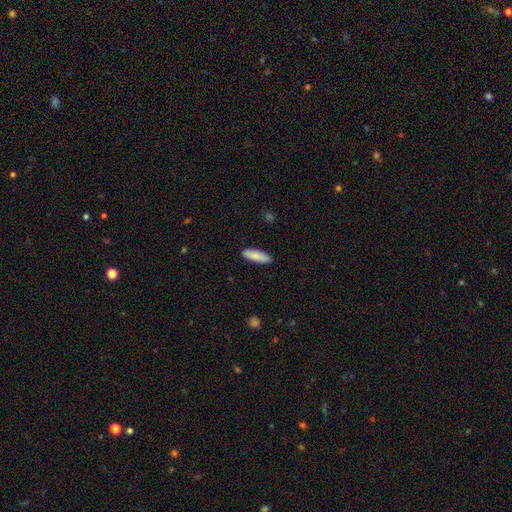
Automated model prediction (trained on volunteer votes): smooth 87%, featured or disk 8%, star or artifact 5%. Down the decision tree: how rounded — cigar-shaped (50%); merging — none (89%).